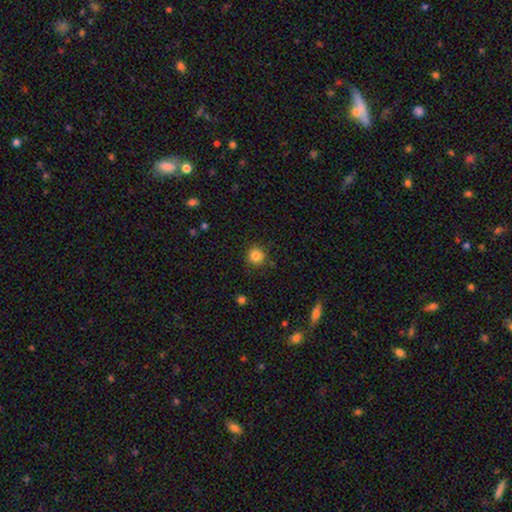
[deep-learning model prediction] smooth-or-featured: smooth: 84% | star or artifact: 11% | featured or disk: 4%
  how-rounded: round: 93% | in between: 6% | cigar-shaped: 1%
  merging: none: 86% | minor disturbance: 9% | major disturbance: 3% | merger: 2%